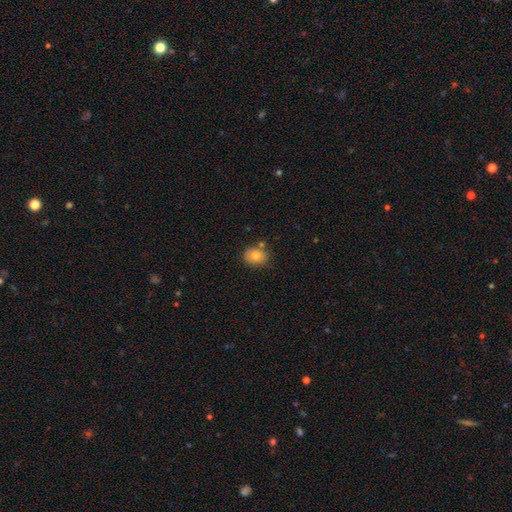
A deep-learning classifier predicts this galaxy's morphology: The model was most divided on "how rounded": round: 50%, in between: 49%, cigar-shaped: 1%. More confident: smooth or featured — smooth (78%); merging — none (73%).